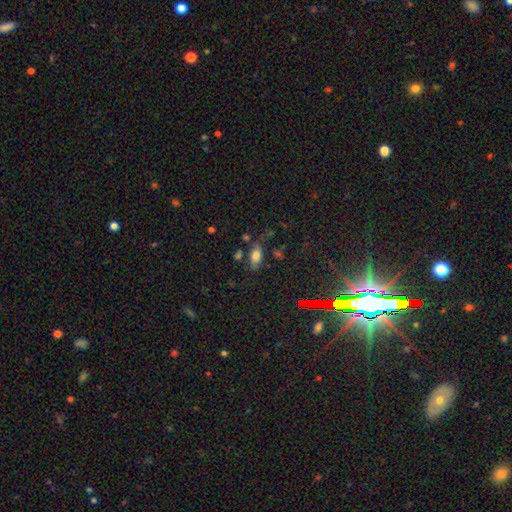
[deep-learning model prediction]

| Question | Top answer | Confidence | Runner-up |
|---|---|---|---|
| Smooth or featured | smooth | 72% | featured or disk (15%) |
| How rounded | in between | 86% | cigar-shaped (9%) |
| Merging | none | 67% | minor disturbance (19%) |